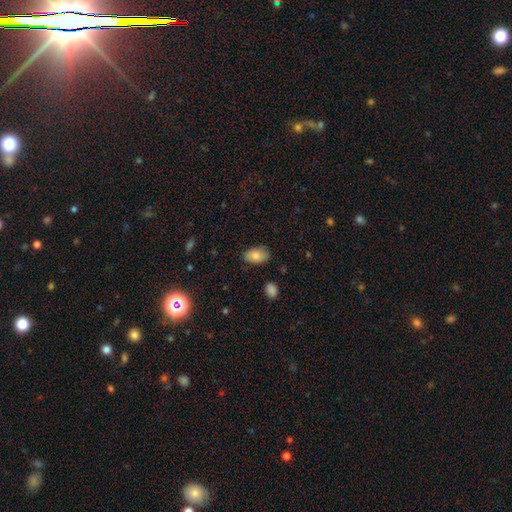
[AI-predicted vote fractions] A smooth galaxy with no disk features (81%) that is in between round and cigar-shaped (91%). Merging: none (81%).